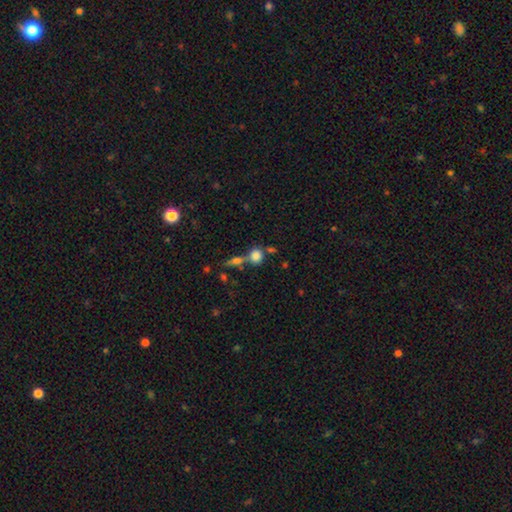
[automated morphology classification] type=smooth (79%); roundness=round (74%); merging=none (51%).